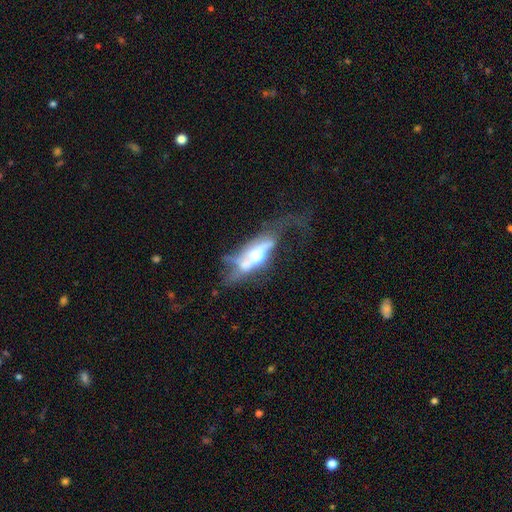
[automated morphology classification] featured or disk 67%, smooth 25%, star or artifact 8%. Down the decision tree: edge-on disk — no (50%, tied with yes); merging — major disturbance (36%).